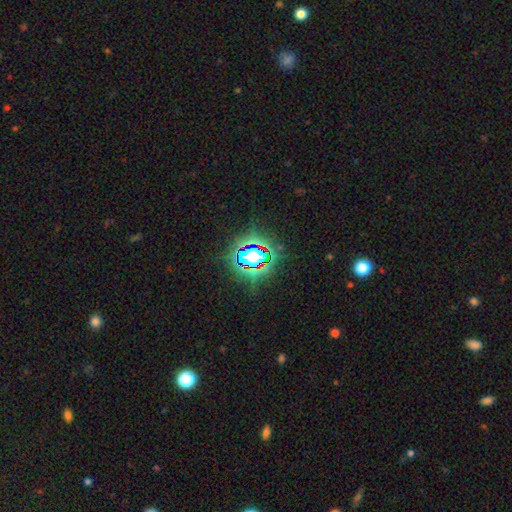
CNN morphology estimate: Smooth or featured? star or artifact (80%)